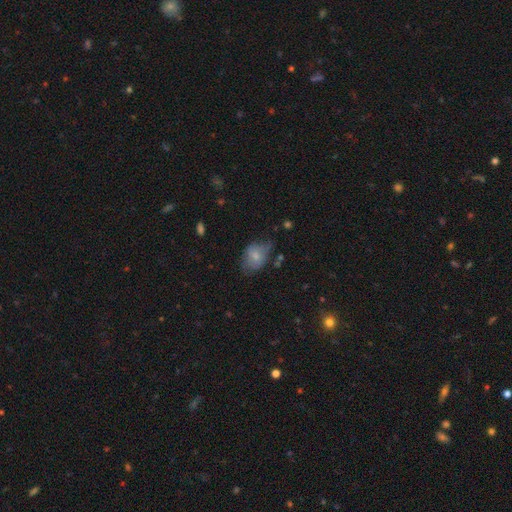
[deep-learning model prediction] Smooth or featured: smooth — 67% (featured or disk — 25%)
How rounded: in between — 73% (round — 26%)
Merging: none — 42% (minor disturbance — 37%)